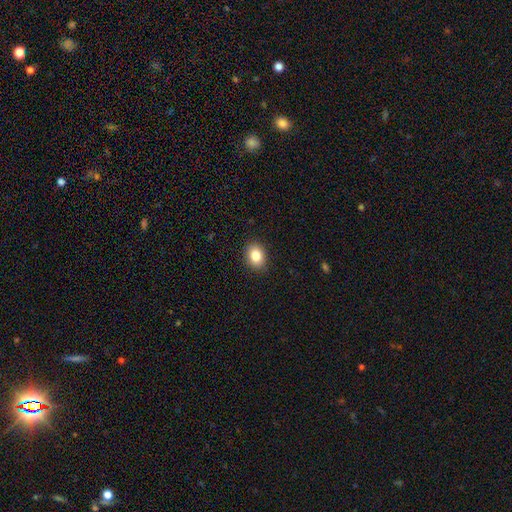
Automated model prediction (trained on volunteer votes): Q: Smooth or featured?
A: smooth (84%); runner-up: star or artifact (10%)
Q: How rounded?
A: in between (59%); runner-up: round (40%)
Q: Merging?
A: none (88%); runner-up: minor disturbance (9%)